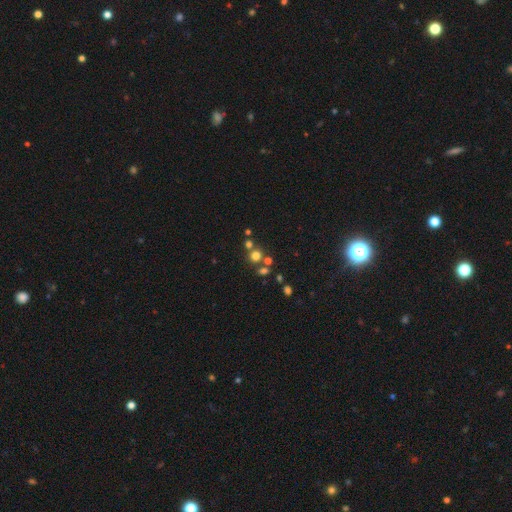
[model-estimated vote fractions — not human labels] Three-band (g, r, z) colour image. It shows a smooth galaxy with no disk features (68%) that is round (87%). Merging: none (64%).